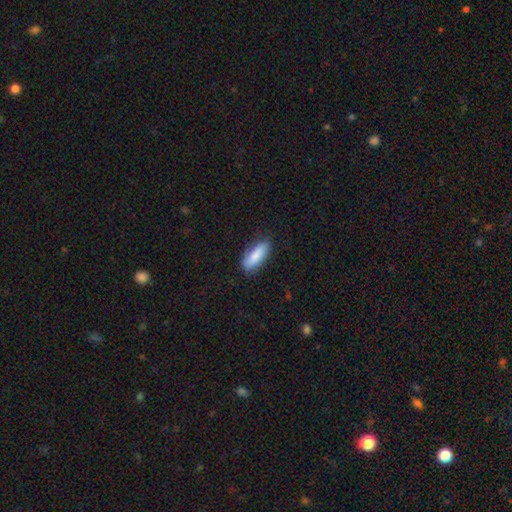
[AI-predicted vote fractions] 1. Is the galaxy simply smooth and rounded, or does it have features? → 83% smooth, 11% featured or disk, 6% star or artifact.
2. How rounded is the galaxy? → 64% in between, 35% cigar-shaped, 2% round.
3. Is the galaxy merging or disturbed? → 80% none, 16% minor disturbance, 3% major disturbance, 1% merger.